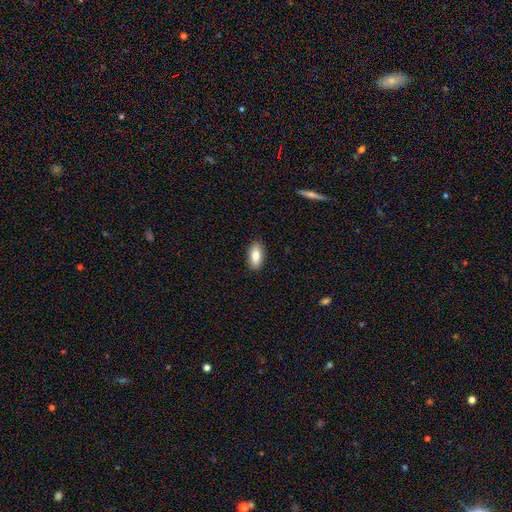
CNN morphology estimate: smooth_or_featured: smooth (p=0.82) [alt: featured or disk p=0.12]
how_rounded: in between (p=0.90) [alt: cigar-shaped p=0.07]
merging: none (p=0.89) [alt: minor disturbance p=0.08]